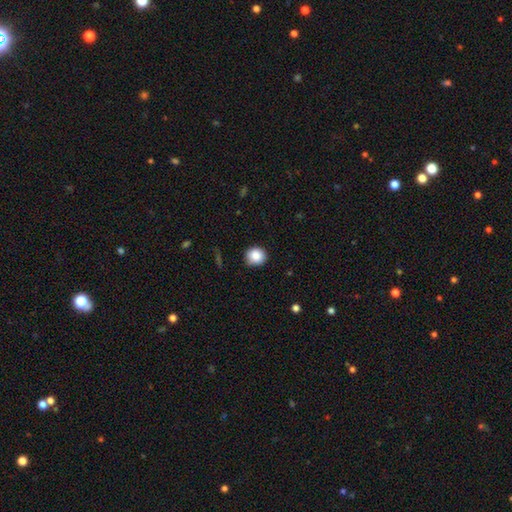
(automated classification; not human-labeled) Overall: smooth (86%). How rounded: round (88%). Merging: none (87%).